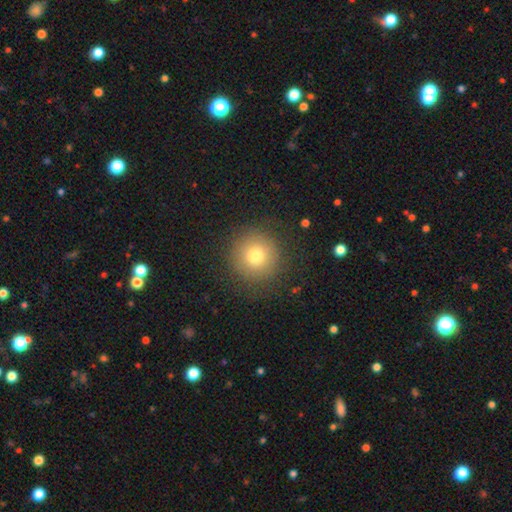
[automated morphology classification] A smooth galaxy with no disk features (76%) that is round (95%).

Vote fractions:
- Smooth or featured? smooth: 76% / star or artifact: 13% / featured or disk: 11%
- How rounded? round: 95% / in between: 4% / cigar-shaped: 1%
- Merging? none: 87% / minor disturbance: 8% / major disturbance: 4% / merger: 1%